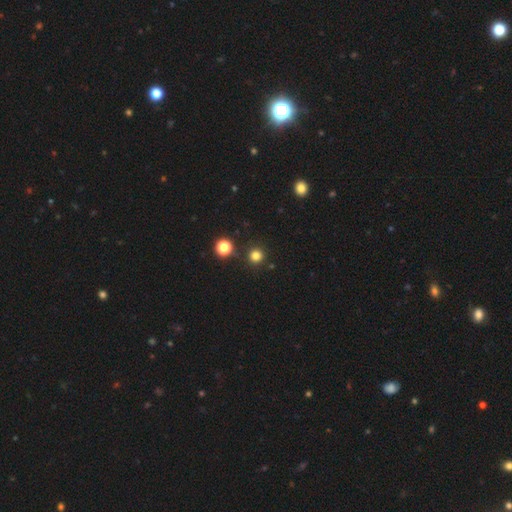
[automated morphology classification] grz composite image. It shows a smooth galaxy with no disk features (79%) that is round (95%). Merging: none (88%).